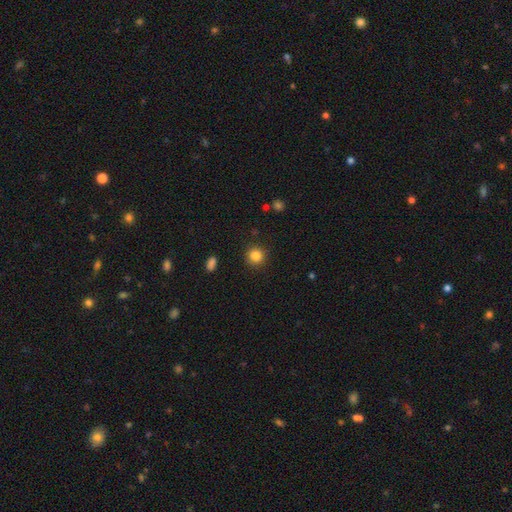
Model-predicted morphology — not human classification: Overall: smooth (84%). How rounded: round (91%). Merging: none (90%).